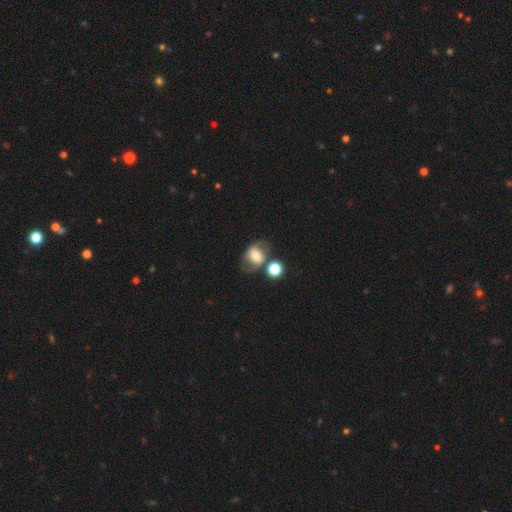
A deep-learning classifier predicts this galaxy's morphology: smooth-or-featured: smooth: 52% | featured or disk: 38% | star or artifact: 10%
  how-rounded: in between: 60% | round: 39% | cigar-shaped: 2%
  merging: none: 53% | merger: 20% | minor disturbance: 17% | major disturbance: 10%